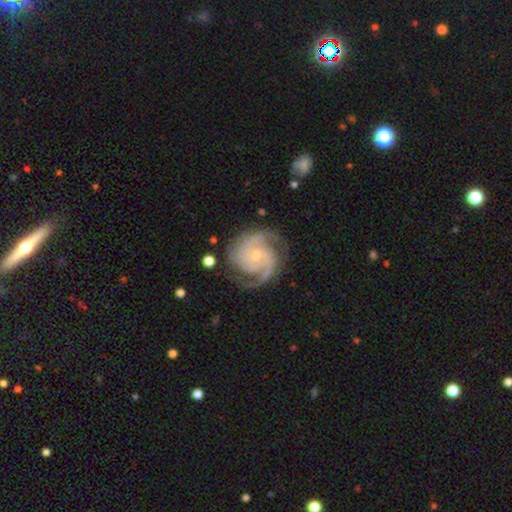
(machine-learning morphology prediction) This is clearly a featured or disk galaxy (92%). It is clearly not viewed edge-on (98%). Bar: likely no (67%). Spiral arm pattern: clearly yes (98%). Spiral arm count: marginally 3 (38%, tied with 2). Spiral winding: possibly tight (59%). Central bulge: possibly small (60%). Merging: likely none (77%).